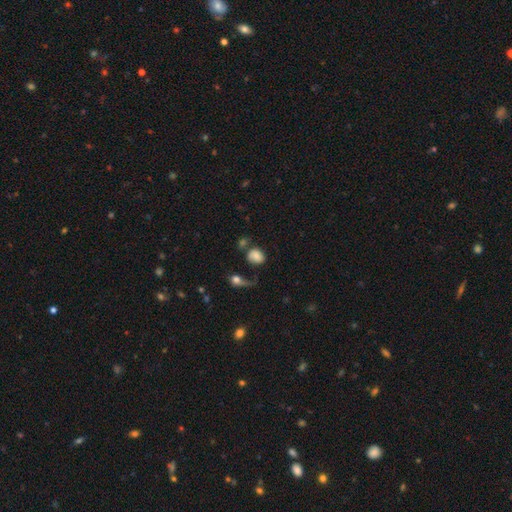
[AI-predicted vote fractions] This appears to be a smooth galaxy with no disk features (76%) that is in between round and cigar-shaped (50%). Merging: none (40%).